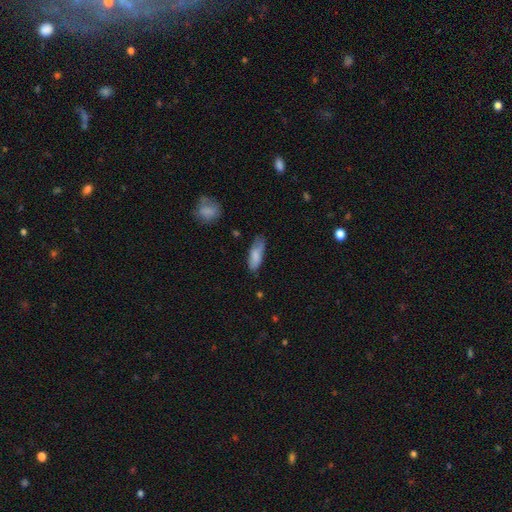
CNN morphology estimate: Q: Smooth or featured?
A: smooth (82%); runner-up: featured or disk (12%)
Q: How rounded?
A: in between (65%); runner-up: cigar-shaped (33%)
Q: Merging?
A: none (64%); runner-up: minor disturbance (28%)